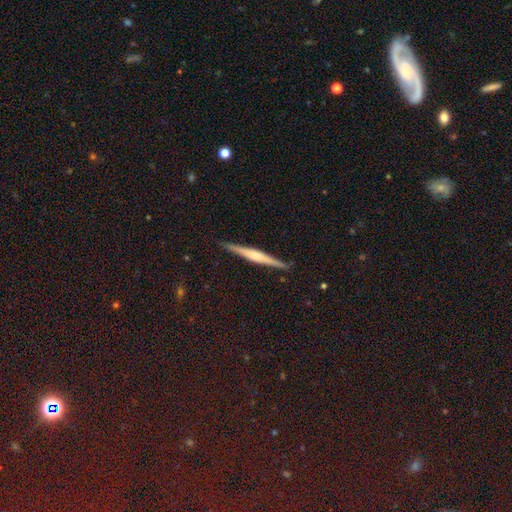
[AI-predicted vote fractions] smooth-or-featured: featured or disk: 70% | smooth: 23% | star or artifact: 6%
  disk-edge-on: yes: 98% | no: 2%
    edge-on-bulge: rounded: 63% | boxy: 21% | none: 16%
  merging: none: 91% | minor disturbance: 7% | major disturbance: 1% | merger: 1%